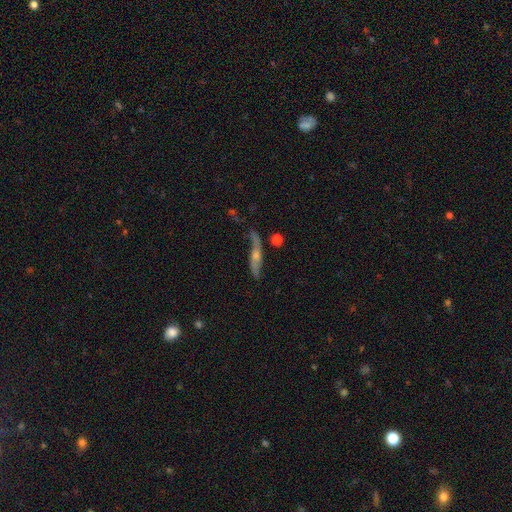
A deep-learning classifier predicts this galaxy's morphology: type=featured or disk (73%); edge-on=yes (52%); merging=none (61%).